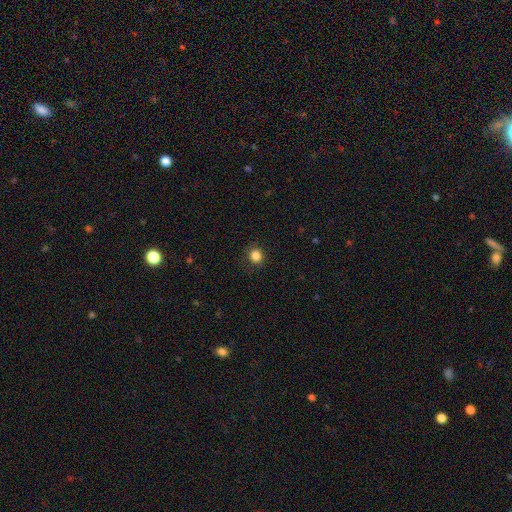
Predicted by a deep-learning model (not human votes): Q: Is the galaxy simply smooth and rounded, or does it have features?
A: smooth — 84%.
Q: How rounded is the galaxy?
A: round — 86%.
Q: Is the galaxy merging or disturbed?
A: none — 88%.